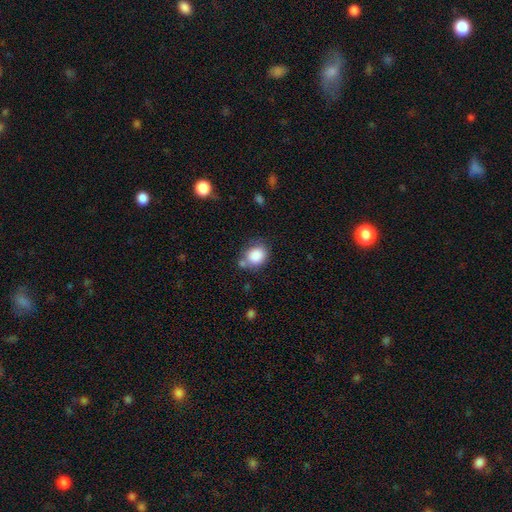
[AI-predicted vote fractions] smooth 85%, star or artifact 9%, featured or disk 6%. Down the decision tree: how rounded — round (63%); merging — none (59%).